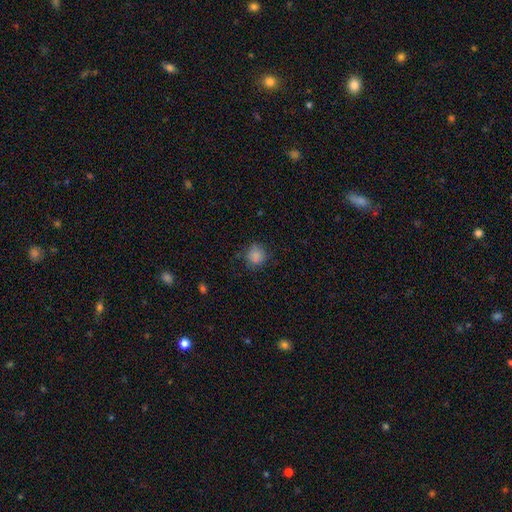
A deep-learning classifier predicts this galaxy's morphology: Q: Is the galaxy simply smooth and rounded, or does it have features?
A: smooth — 83%.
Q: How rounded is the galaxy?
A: round — 88%.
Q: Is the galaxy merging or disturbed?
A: none — 75%.